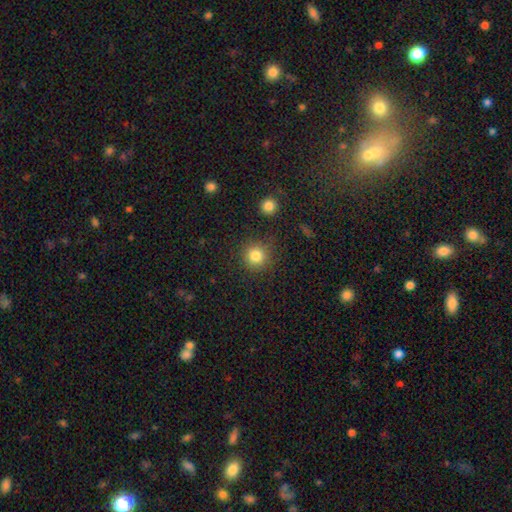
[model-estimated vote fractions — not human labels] The model was most divided on "smooth or featured": smooth: 83%, star or artifact: 12%, featured or disk: 5%. More confident: how rounded — round (94%); merging — none (86%).